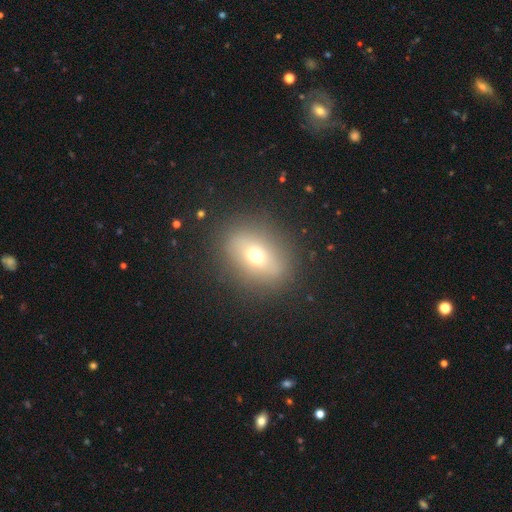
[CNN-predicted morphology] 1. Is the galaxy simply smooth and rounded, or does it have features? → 58% smooth, 28% featured or disk, 14% star or artifact.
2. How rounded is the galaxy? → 59% in between, 37% round, 4% cigar-shaped.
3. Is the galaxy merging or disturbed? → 85% none, 10% minor disturbance, 4% major disturbance, 1% merger.